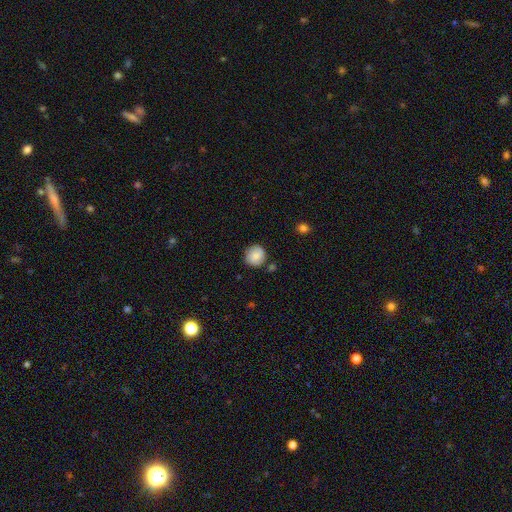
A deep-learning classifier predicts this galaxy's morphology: This is clearly a smooth galaxy (83%). How rounded: clearly round (91%). Merging: clearly none (82%).